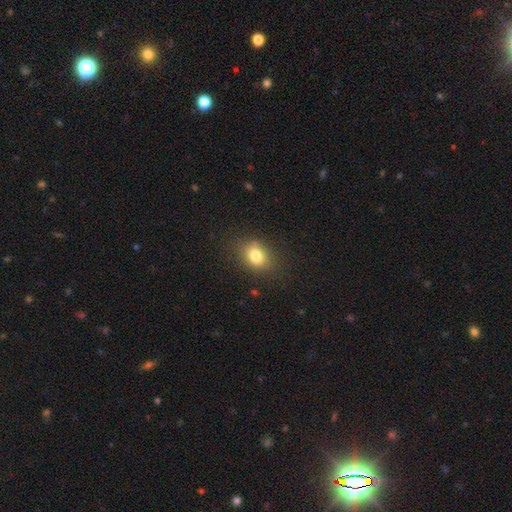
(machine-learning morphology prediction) Smooth or featured? Predicted: smooth (p=0.80). How rounded? Predicted: in between (p=0.60). Merging? Predicted: none (p=0.78).